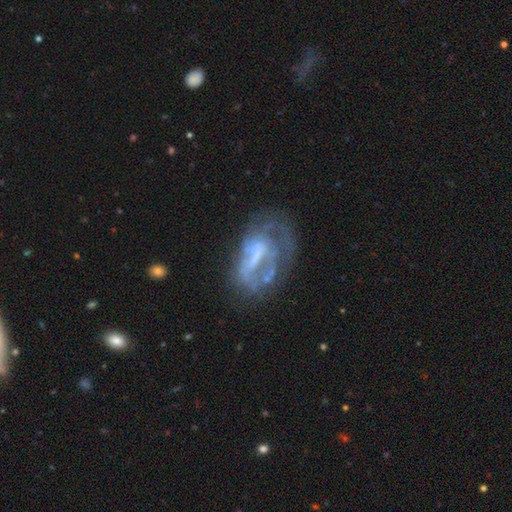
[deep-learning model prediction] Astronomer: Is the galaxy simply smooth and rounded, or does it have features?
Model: featured or disk — 68%.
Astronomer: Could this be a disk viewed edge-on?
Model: no — 96%.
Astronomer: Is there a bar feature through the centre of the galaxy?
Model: no — 52% (runner-up: weak, 33%).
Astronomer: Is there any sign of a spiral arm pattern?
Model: no — 52% (runner-up: yes, 48%).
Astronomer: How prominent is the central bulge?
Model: none — 49% (runner-up: small, 25%).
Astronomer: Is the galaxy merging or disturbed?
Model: none — 39% (runner-up: major disturbance, 33%).